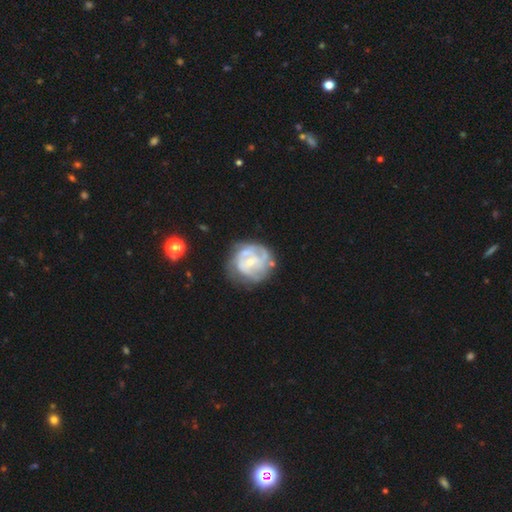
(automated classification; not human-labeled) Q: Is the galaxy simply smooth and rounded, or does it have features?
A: featured or disk — 71%.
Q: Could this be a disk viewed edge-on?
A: no — 98%.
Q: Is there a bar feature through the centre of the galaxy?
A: no — 64%.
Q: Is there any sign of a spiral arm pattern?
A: yes — 68%.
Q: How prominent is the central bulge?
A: small — 63%.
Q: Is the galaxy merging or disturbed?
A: none — 60%.